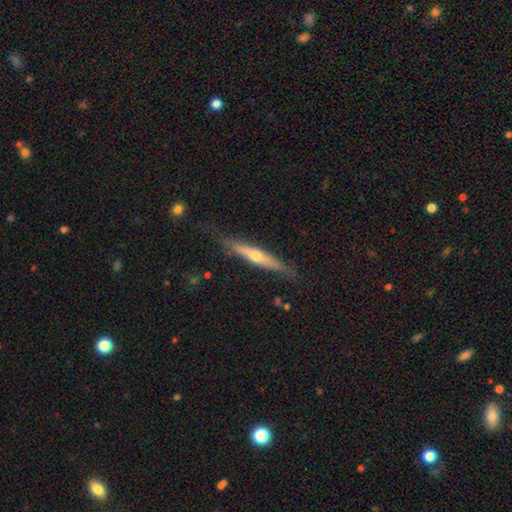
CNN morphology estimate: featured or disk 59%, smooth 35%, star or artifact 6%. Down the decision tree: edge-on disk — yes (91%); edge-on bulge — rounded (84%); merging — none (76%).